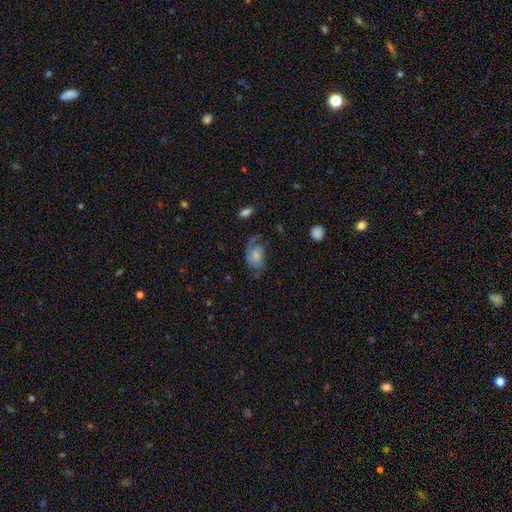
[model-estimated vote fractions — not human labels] A featured or disk galaxy (55%) with no bar (72%), spiral arms (83%) and a small central bulge (40%).

Vote fractions:
- Smooth or featured? featured or disk: 55% / smooth: 37% / star or artifact: 8%
- Edge-on disk? no: 96% / yes: 4%
- Bar? no: 72% / weak: 24% / strong: 4%
- Spiral arms? yes: 83% / no: 17%
- Bulge size? small: 40% / moderate: 35% / none: 13% / large: 10% / dominant: 2%
- Merging? none: 40% / major disturbance: 32% / minor disturbance: 24% / merger: 3%